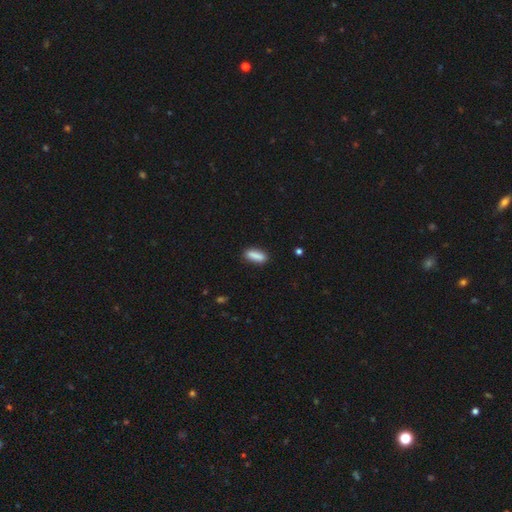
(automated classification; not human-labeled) smooth-or-featured: smooth: 86% | featured or disk: 7% | star or artifact: 7%
  how-rounded: in between: 55% | cigar-shaped: 43% | round: 2%
  merging: none: 84% | minor disturbance: 11% | major disturbance: 2% | merger: 2%